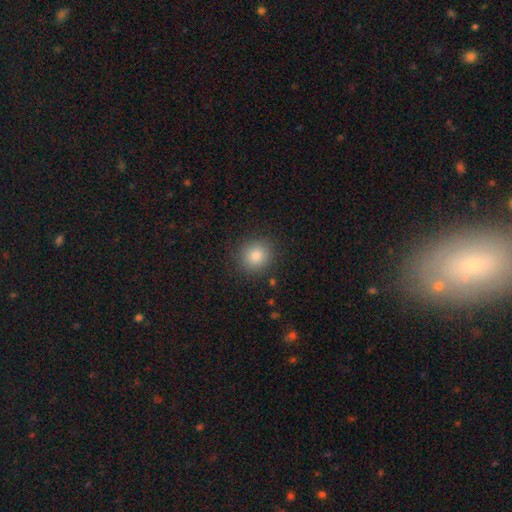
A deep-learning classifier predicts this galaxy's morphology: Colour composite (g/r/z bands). It shows a smooth galaxy with no disk features (83%) that is round (87%). Merging: none (88%).